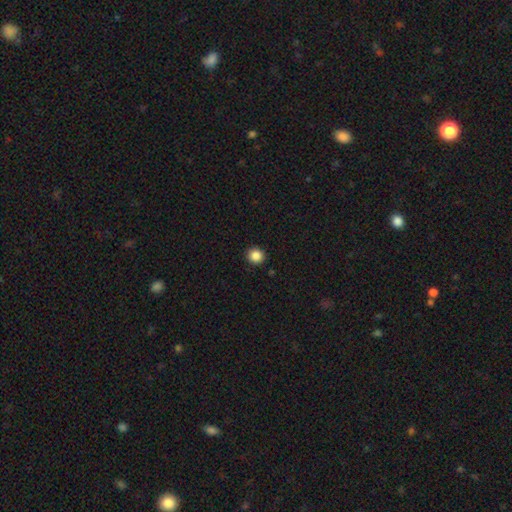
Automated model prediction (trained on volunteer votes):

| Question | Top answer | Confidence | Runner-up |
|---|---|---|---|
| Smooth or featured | smooth | 86% | star or artifact (10%) |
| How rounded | round | 92% | in between (8%) |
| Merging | none | 92% | minor disturbance (5%) |